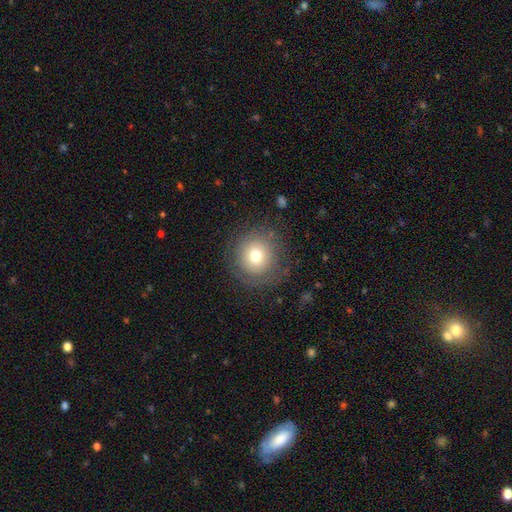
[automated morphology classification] The model was most divided on "smooth or featured": smooth: 70%, featured or disk: 18%, star or artifact: 12%. More confident: how rounded — round (93%); merging — none (81%).